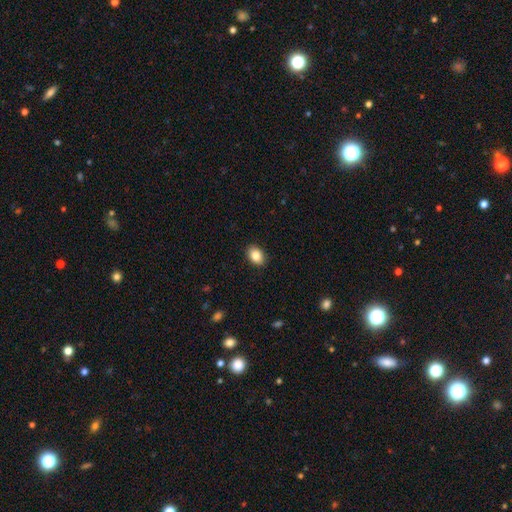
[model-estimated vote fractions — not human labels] A smooth galaxy with no disk features (87%) that is in between round and cigar-shaped (81%).

Vote fractions:
- Smooth or featured? smooth: 87% / star or artifact: 8% / featured or disk: 5%
- How rounded? in between: 81% / round: 18% / cigar-shaped: 1%
- Merging? none: 89% / minor disturbance: 8% / major disturbance: 2% / merger: 1%